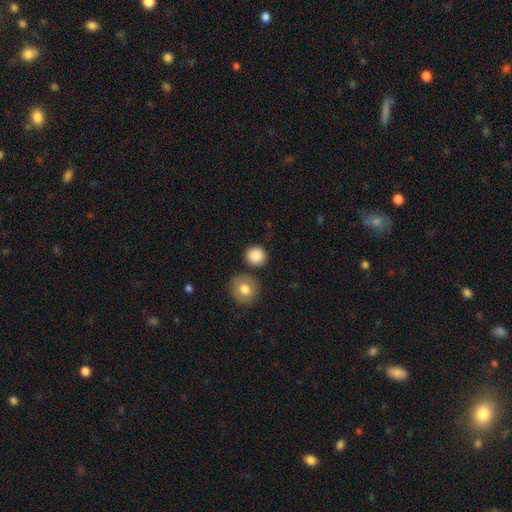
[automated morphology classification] This is clearly a smooth galaxy (87%). How rounded: clearly round (91%). Merging: clearly none (82%).